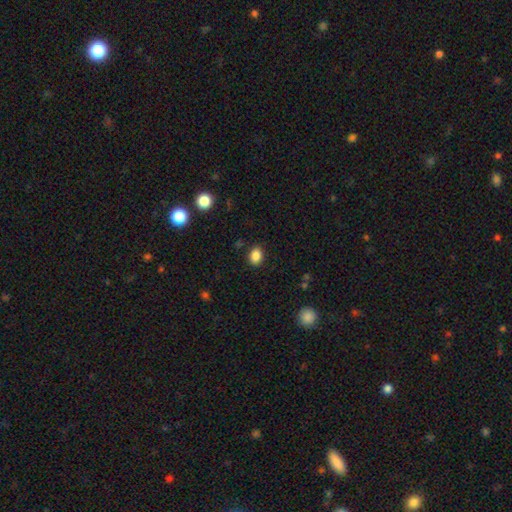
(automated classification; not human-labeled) Overall: smooth (86%). How rounded: in between (68%; round 31%). Merging: none (87%).